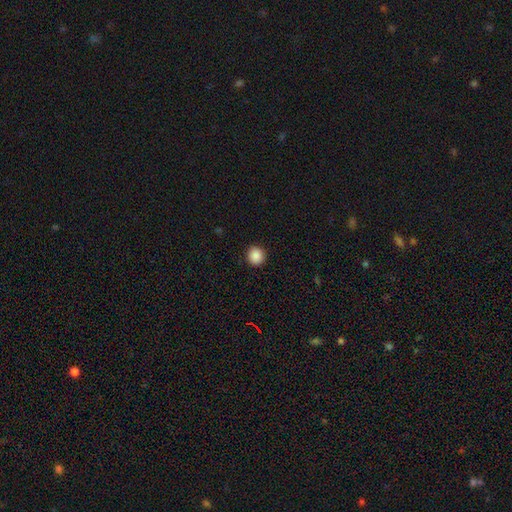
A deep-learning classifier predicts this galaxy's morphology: smooth_or_featured: smooth (p=0.88) [alt: star or artifact p=0.09]
how_rounded: round (p=0.92) [alt: in between p=0.07]
merging: none (p=0.92) [alt: minor disturbance p=0.05]